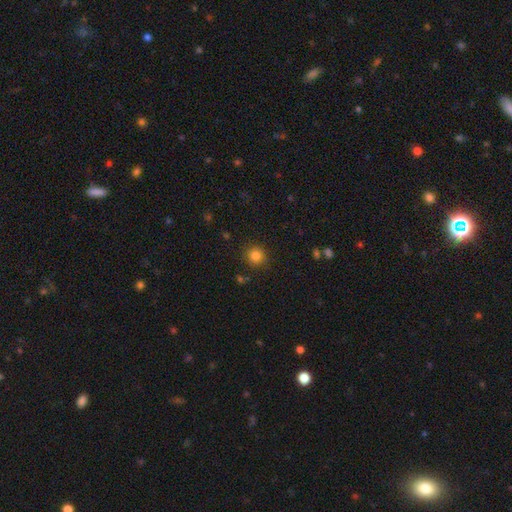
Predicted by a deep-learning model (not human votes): smooth 83%, star or artifact 12%, featured or disk 5%. Down the decision tree: how rounded — round (93%); merging — none (89%).